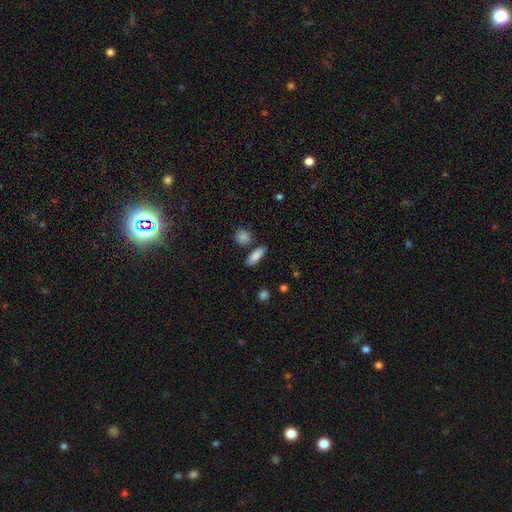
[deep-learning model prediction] Overall: smooth (85%). How rounded: in between (66%; cigar-shaped 31%). Merging: none (79%).